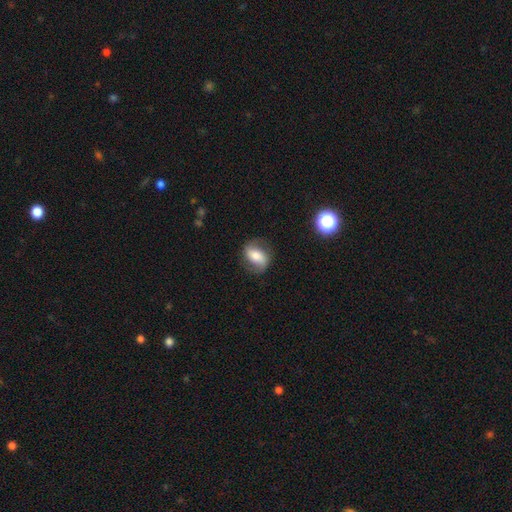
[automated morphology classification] Smooth or featured? Predicted: smooth (p=0.46, tied with featured or disk). Merging? Predicted: none (p=0.76).